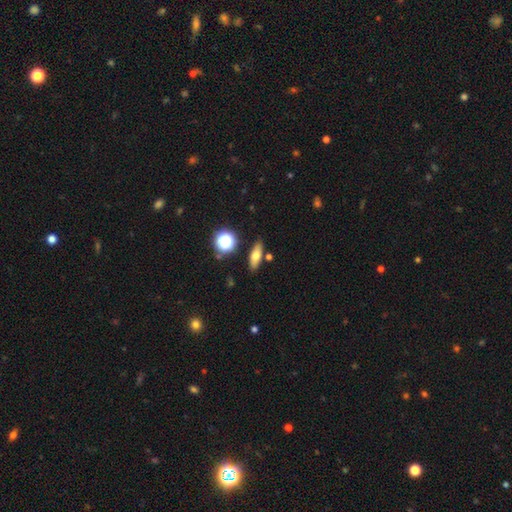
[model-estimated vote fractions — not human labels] smooth 65%, featured or disk 23%, star or artifact 12%. Down the decision tree: how rounded — in between (57%); merging — none (82%).